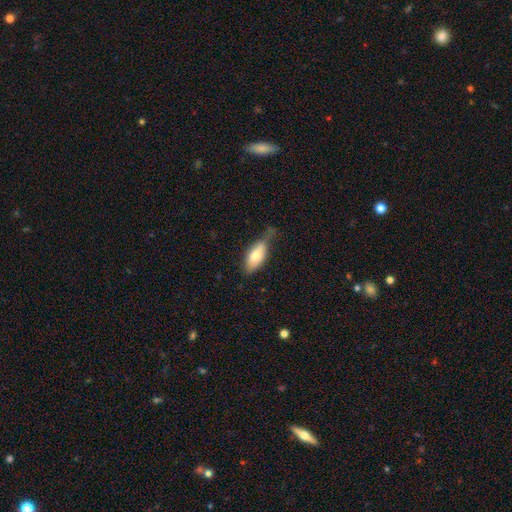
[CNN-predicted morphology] smooth_or_featured: smooth (p=0.74) [alt: featured or disk p=0.20]
how_rounded: in between (p=0.85) [alt: cigar-shaped p=0.12]
merging: minor disturbance (p=0.39) [tied with: none p=0.39]